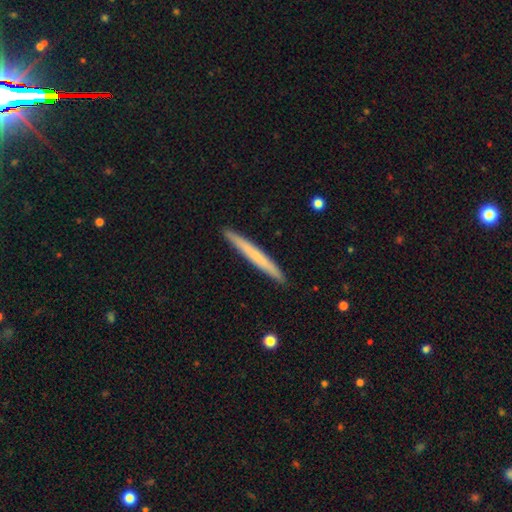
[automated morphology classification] Smooth or featured: smooth — 61% (featured or disk — 33%)
How rounded: cigar-shaped — 97% (in between — 2%)
Merging: none — 93% (minor disturbance — 5%)